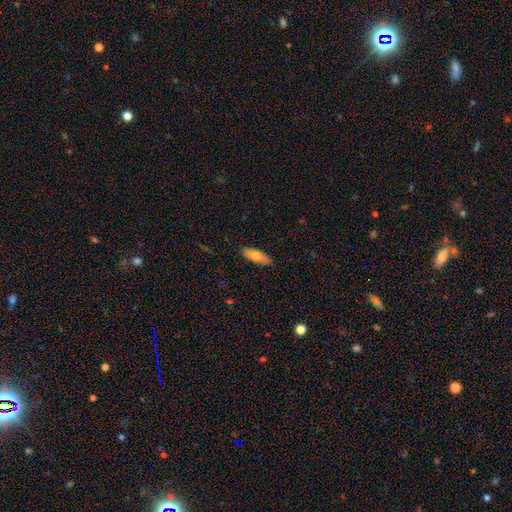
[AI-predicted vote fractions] Smooth or featured?
  - smooth: 75% *
  - featured or disk: 19%
  - star or artifact: 6%
How rounded?
  - in between: 68% *
  - cigar-shaped: 30%
  - round: 2%
Merging?
  - none: 88% *
  - minor disturbance: 9%
  - major disturbance: 2%
  - merger: 1%